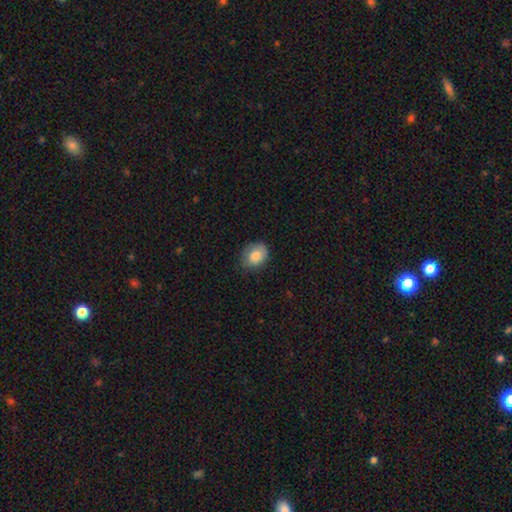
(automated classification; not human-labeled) A smooth galaxy with no disk features (81%) that is in between round and cigar-shaped (57%). Merging: none (71%).